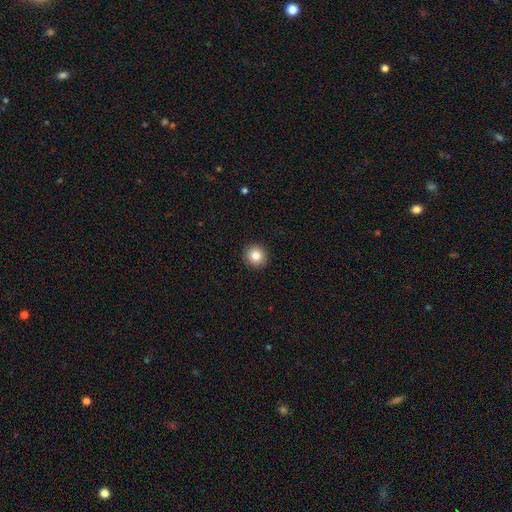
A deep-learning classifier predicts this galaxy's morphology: smooth 84%, star or artifact 10%, featured or disk 6%. Down the decision tree: how rounded — round (92%); merging — none (93%).